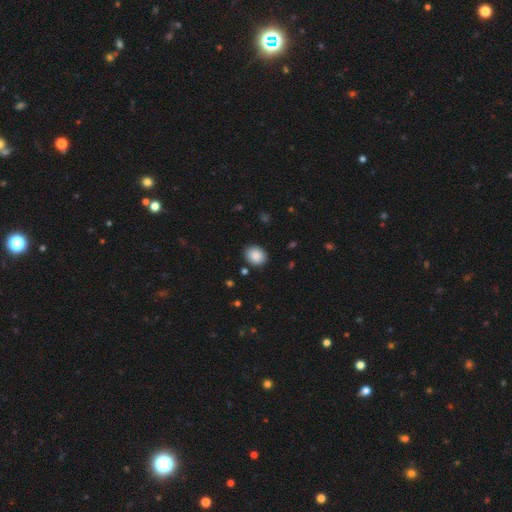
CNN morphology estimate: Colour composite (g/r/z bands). It shows a smooth galaxy with no disk features (88%) that is round (54%). Merging: none (87%).